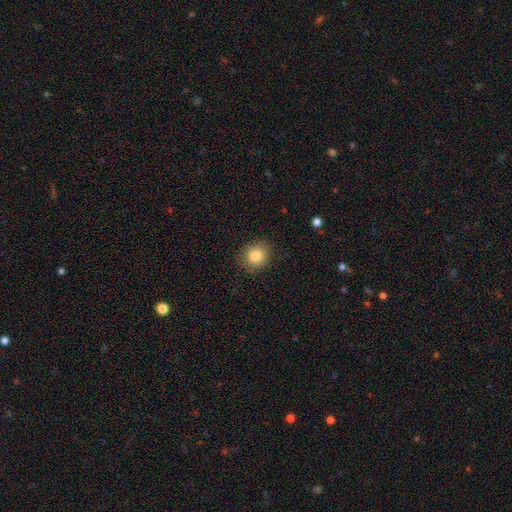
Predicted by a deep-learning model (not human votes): smooth-or-featured: smooth: 84% | star or artifact: 9% | featured or disk: 7%
  how-rounded: round: 77% | in between: 22% | cigar-shaped: 1%
  merging: none: 85% | minor disturbance: 11% | major disturbance: 3% | merger: 1%